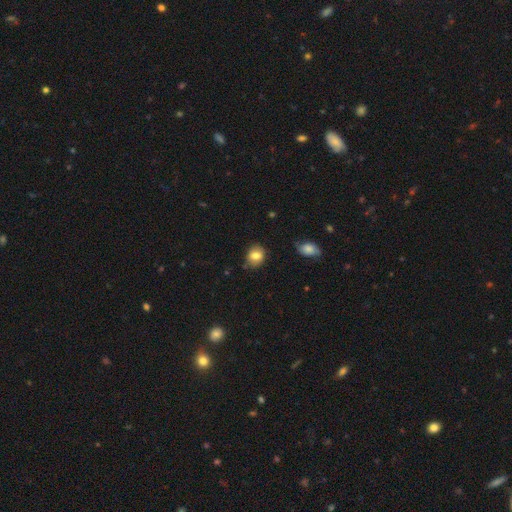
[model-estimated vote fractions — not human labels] Overall: smooth (80%). How rounded: round (53%; in between 46%). Merging: none (73%).